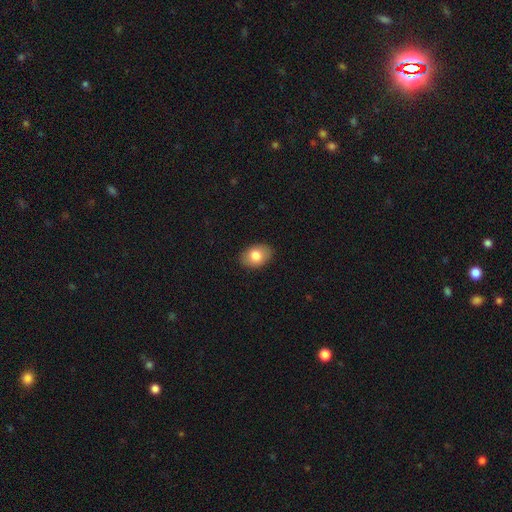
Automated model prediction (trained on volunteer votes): smooth 80%, featured or disk 12%, star or artifact 7%. Down the decision tree: how rounded — in between (82%); merging — none (88%).